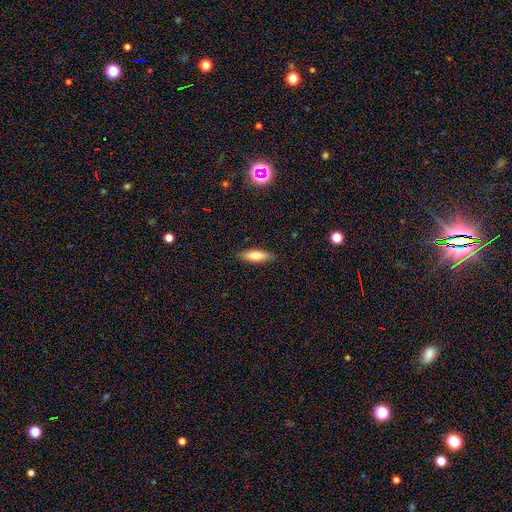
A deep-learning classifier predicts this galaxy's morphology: The model was most divided on "how rounded": in between: 50%, cigar-shaped: 48%, round: 2%. More confident: merging — none (88%); smooth or featured — smooth (71%).